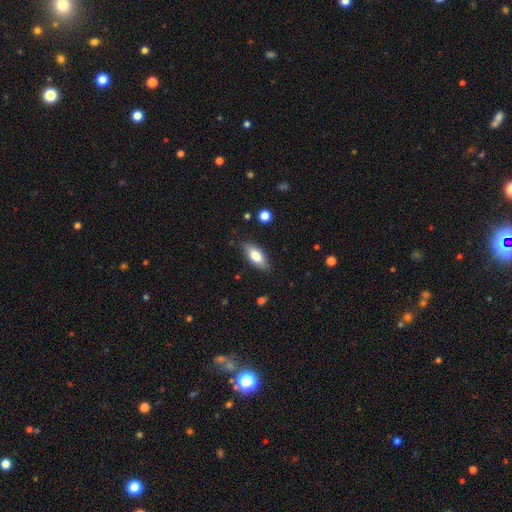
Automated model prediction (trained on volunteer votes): Smooth or featured?
  - smooth: 77% *
  - featured or disk: 17%
  - star or artifact: 6%
How rounded?
  - in between: 82% *
  - cigar-shaped: 16%
  - round: 2%
Merging?
  - none: 84% *
  - minor disturbance: 12%
  - major disturbance: 3%
  - merger: 1%